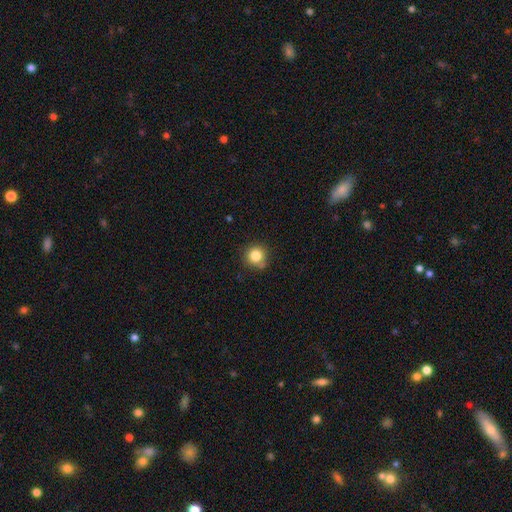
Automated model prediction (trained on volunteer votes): Morphology: type=smooth (83%); roundness=round (92%); merging=none (78%).